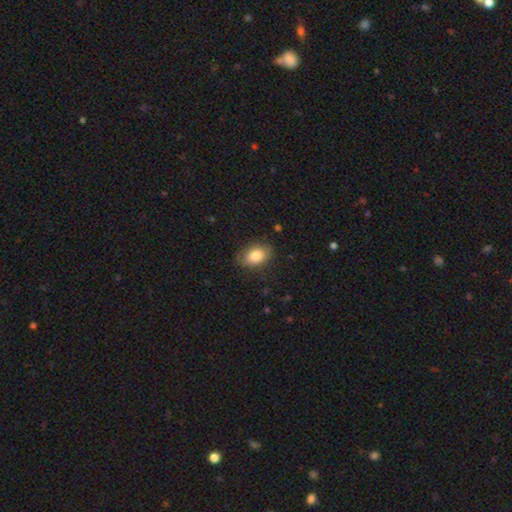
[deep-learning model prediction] The model was most divided on "merging": none: 79%, minor disturbance: 16%, major disturbance: 4%, merger: 1%. More confident: smooth or featured — smooth (82%); how rounded — in between (82%).